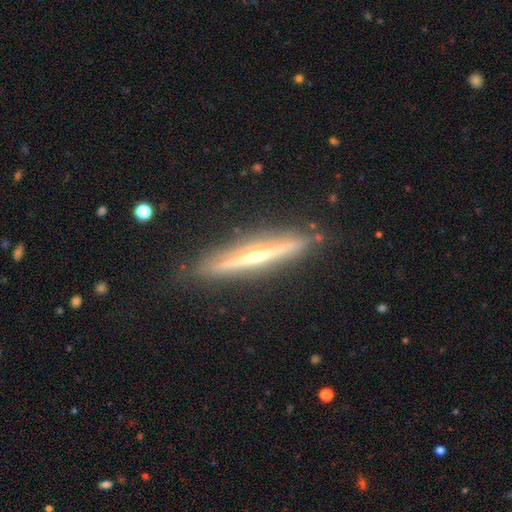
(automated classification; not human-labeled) Q: Smooth or featured?
A: featured or disk (80%); runner-up: smooth (14%)
Q: Edge-on disk?
A: yes (97%); runner-up: no (3%)
Q: Edge-on bulge?
A: rounded (73%); runner-up: none (22%)
Q: Merging?
A: none (87%); runner-up: minor disturbance (9%)